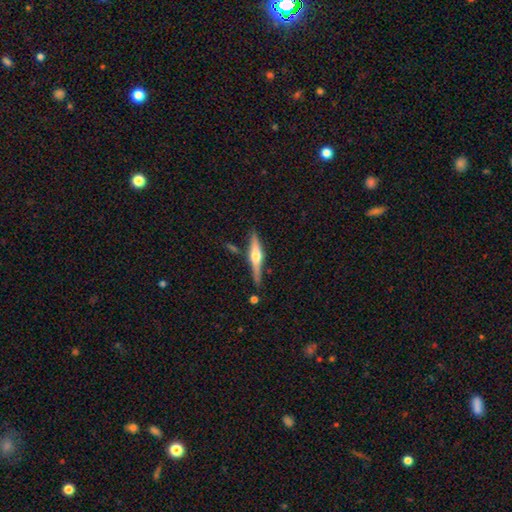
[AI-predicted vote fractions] Q: Smooth or featured?
A: featured or disk (72%); runner-up: smooth (23%)
Q: Edge-on disk?
A: yes (97%); runner-up: no (3%)
Q: Edge-on bulge?
A: rounded (92%); runner-up: boxy (6%)
Q: Merging?
A: none (81%); runner-up: minor disturbance (12%)